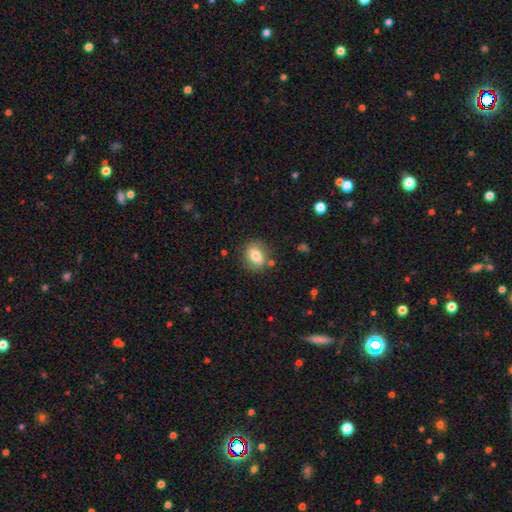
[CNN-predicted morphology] Smooth or featured? Predicted: smooth (p=0.76). How rounded? Predicted: in between (p=0.56). Merging? Predicted: none (p=0.81).